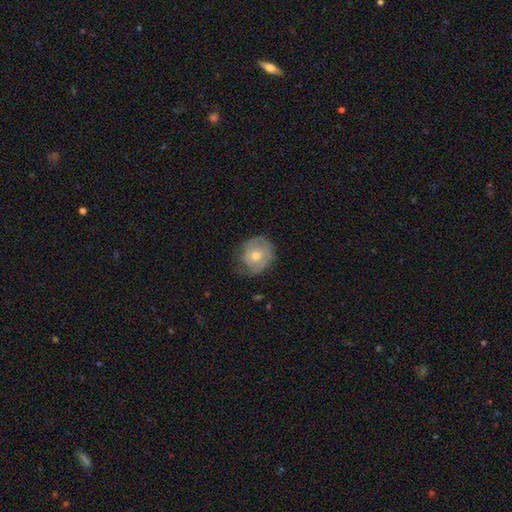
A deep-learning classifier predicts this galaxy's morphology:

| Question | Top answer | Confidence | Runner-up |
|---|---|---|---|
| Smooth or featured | featured or disk | 58% | smooth (34%) |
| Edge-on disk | no | 96% | yes (4%) |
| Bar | no | 82% | weak (15%) |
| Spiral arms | yes | 76% | no (24%) |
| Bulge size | moderate | 63% | small (32%) |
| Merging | none | 66% | minor disturbance (24%) |